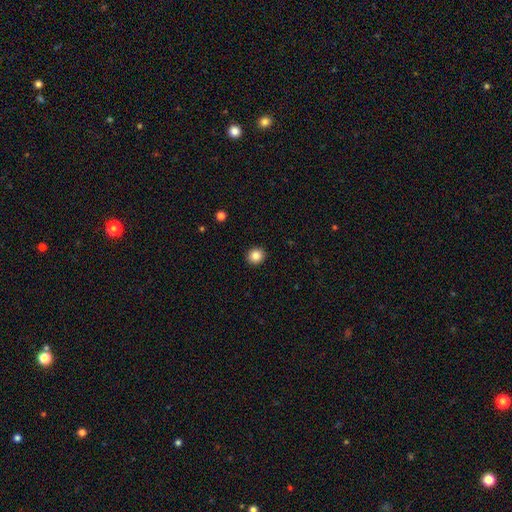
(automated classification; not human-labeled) smooth_or_featured: smooth (p=0.85) [alt: star or artifact p=0.10]
how_rounded: round (p=0.87) [alt: in between p=0.12]
merging: none (p=0.93) [alt: minor disturbance p=0.05]